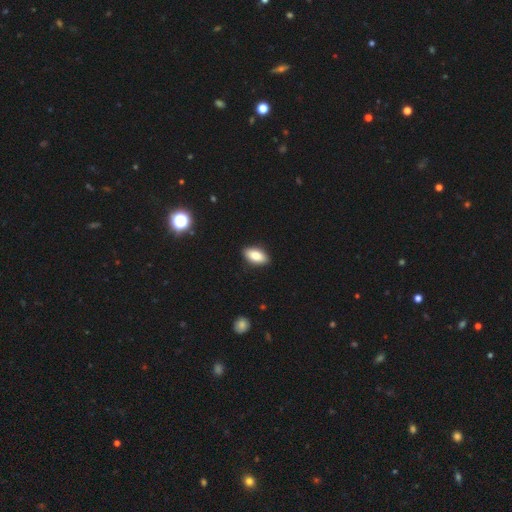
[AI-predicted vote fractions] smooth-or-featured: smooth: 84% | featured or disk: 9% | star or artifact: 7%
  how-rounded: in between: 92% | cigar-shaped: 5% | round: 3%
  merging: none: 90% | minor disturbance: 8% | major disturbance: 2% | merger: 1%